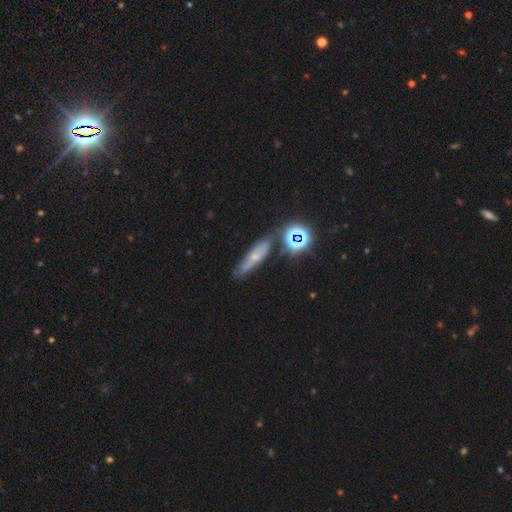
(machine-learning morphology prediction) Smooth or featured? smooth (39%)
Merging? none (70%)